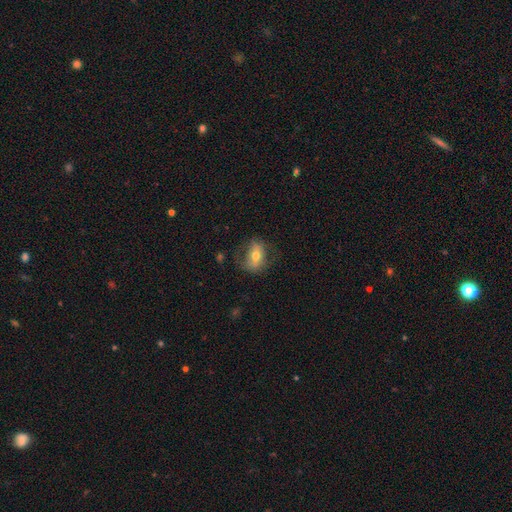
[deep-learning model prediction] Smooth or featured? Predicted: smooth (p=0.53). How rounded? Predicted: in between (p=0.72). Merging? Predicted: none (p=0.63).